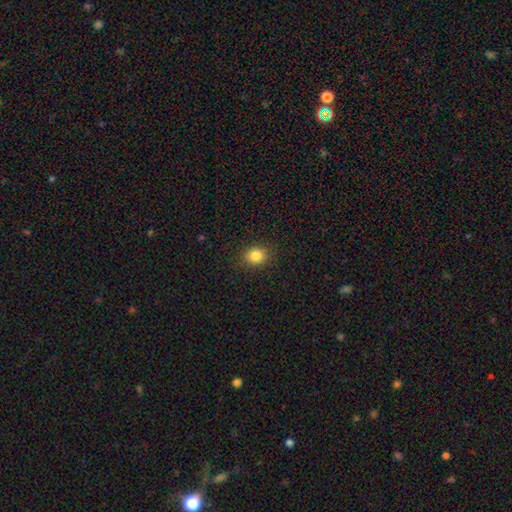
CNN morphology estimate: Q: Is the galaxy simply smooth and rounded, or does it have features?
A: smooth — 84%.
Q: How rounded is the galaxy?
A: round — 60%.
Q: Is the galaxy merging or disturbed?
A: none — 89%.